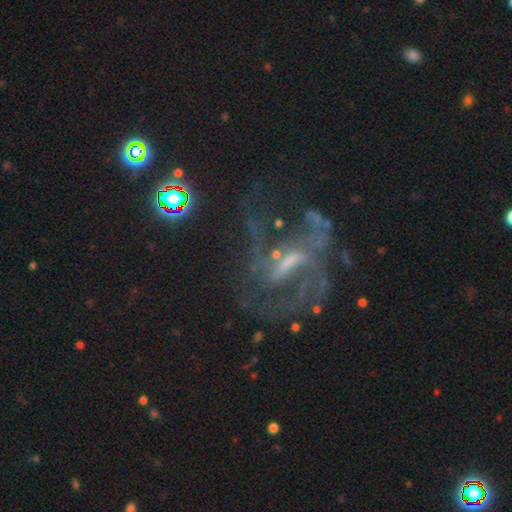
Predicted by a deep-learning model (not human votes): Overall: featured or disk (74%). Edge-on disk: no (93%). Bar: strong (41%; weak 39%). Spiral arms: yes (76%). Spiral arm count: 2 (43%; can't tell 33%). Spiral winding: medium (45%; loose 33%). Bulge size: small (38%; none 32%). Merging: none (44%; major disturbance 34%).